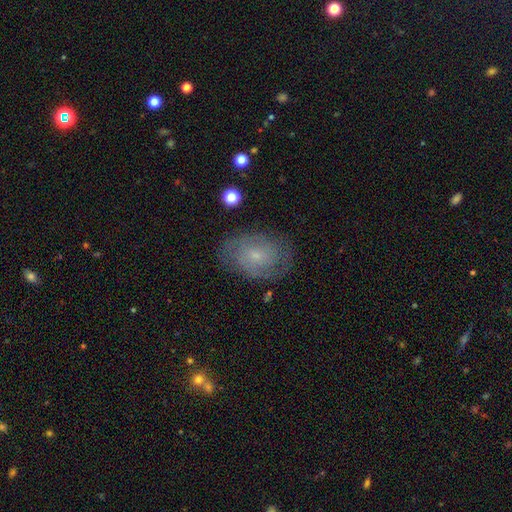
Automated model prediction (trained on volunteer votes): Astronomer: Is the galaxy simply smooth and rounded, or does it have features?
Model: featured or disk — 58%.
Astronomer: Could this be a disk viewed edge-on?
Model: no — 96%.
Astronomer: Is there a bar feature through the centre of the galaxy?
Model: no — 73%.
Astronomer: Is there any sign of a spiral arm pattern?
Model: yes — 81%.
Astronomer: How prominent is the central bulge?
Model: small — 74%.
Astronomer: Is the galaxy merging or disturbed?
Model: none — 75%.